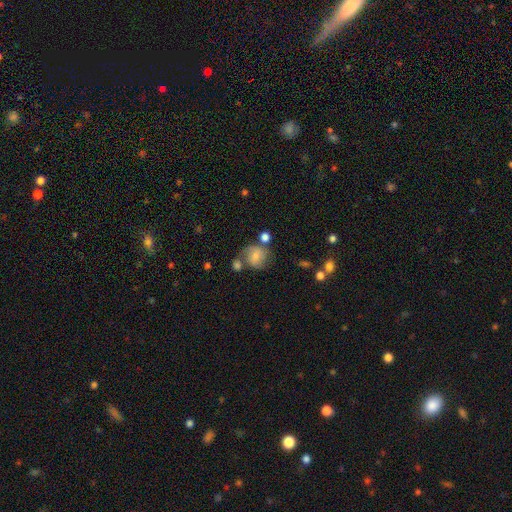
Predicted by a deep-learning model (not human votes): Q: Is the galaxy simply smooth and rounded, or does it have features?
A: smooth — 55%.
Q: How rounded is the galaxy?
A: round — 73%.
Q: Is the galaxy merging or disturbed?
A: none — 50%.